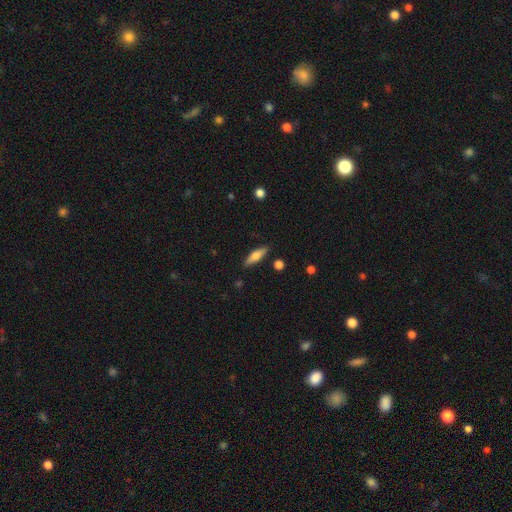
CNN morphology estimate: Smooth or featured? smooth (61%)
How rounded? cigar-shaped (57%)
Merging? none (86%)